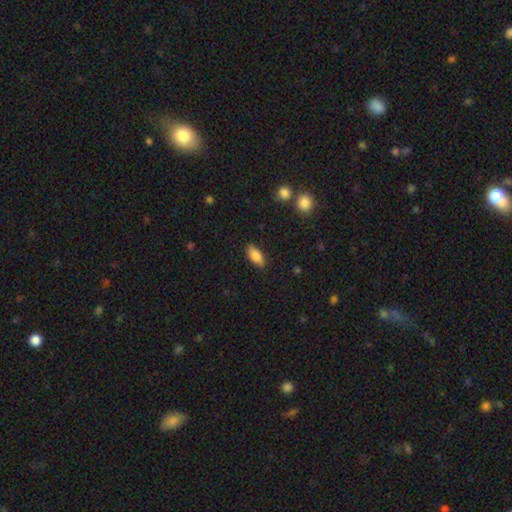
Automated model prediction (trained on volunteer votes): Smooth or featured: smooth — 82% (featured or disk — 11%)
How rounded: in between — 84% (cigar-shaped — 13%)
Merging: none — 85% (minor disturbance — 11%)